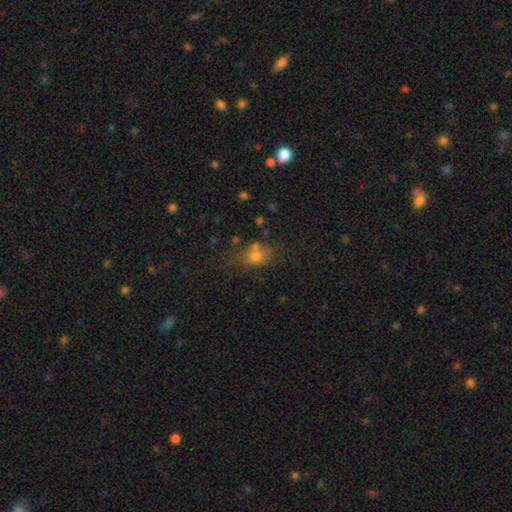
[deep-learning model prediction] A smooth galaxy with no disk features (66%) that is in between round and cigar-shaped (55%). Merging: none (54%).